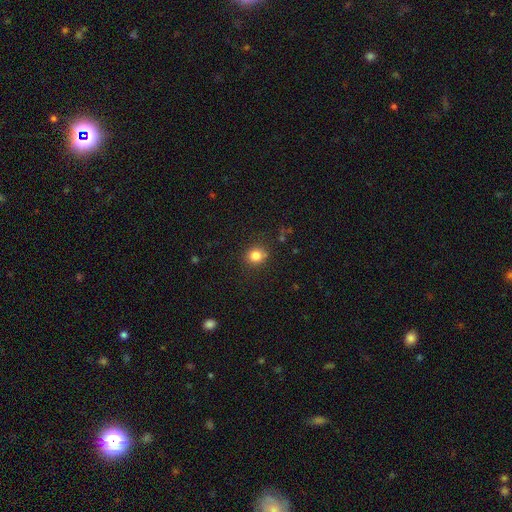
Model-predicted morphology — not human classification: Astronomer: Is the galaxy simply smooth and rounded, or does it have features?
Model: smooth — 83%.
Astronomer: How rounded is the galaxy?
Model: round — 76%.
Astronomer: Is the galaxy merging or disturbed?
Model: none — 83%.